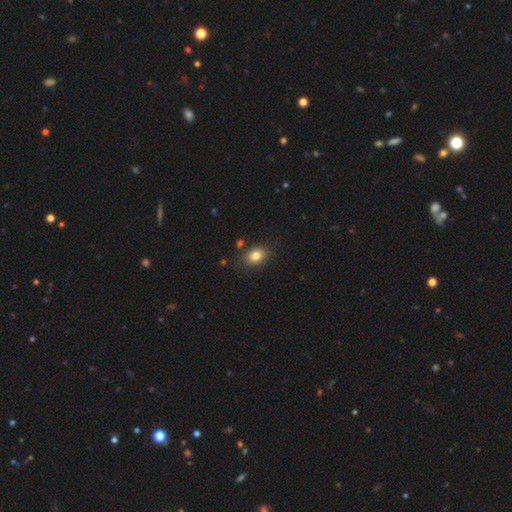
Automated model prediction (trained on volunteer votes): Smooth or featured? Predicted: smooth (p=0.82). How rounded? Predicted: in between (p=0.73). Merging? Predicted: none (p=0.83).